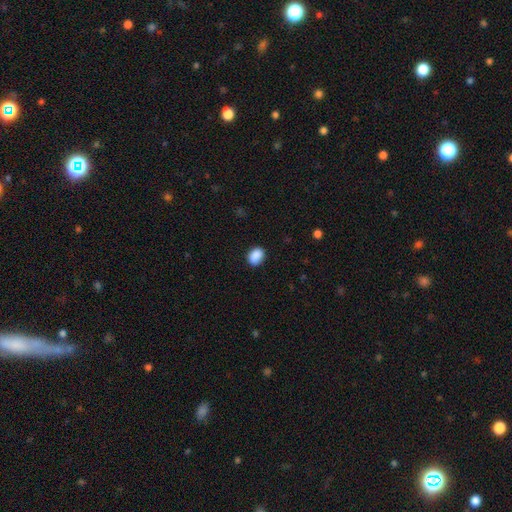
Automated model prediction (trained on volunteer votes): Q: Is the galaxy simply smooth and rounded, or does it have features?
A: smooth — 89%.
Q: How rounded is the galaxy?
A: in between — 69%.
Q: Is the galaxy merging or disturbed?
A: none — 87%.